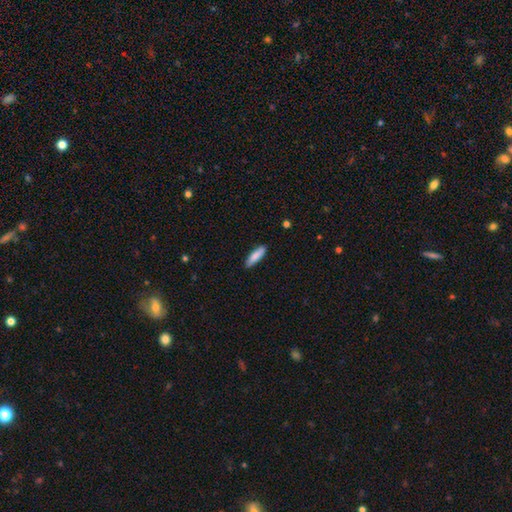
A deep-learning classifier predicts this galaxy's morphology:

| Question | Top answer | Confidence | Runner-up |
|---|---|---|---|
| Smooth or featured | smooth | 83% | featured or disk (11%) |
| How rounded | cigar-shaped | 69% | in between (30%) |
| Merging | none | 85% | minor disturbance (11%) |